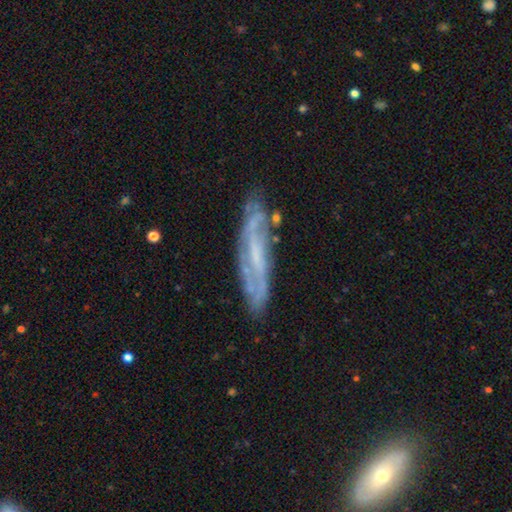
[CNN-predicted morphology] Smooth or featured? featured or disk (71%)
Edge-on disk? no (60%)
Merging? none (74%)